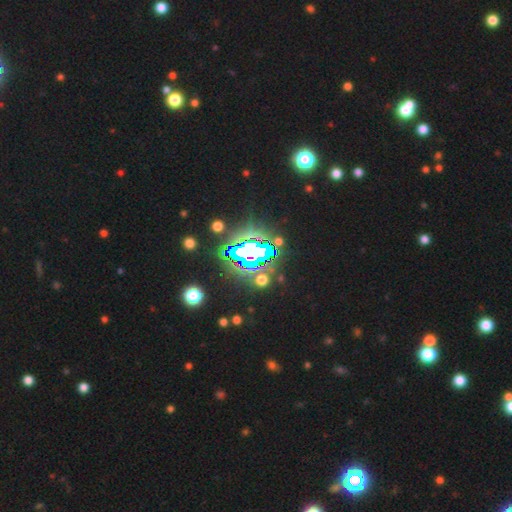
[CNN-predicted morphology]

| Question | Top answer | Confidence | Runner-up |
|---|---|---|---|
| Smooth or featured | star or artifact | 71% | featured or disk (15%) |